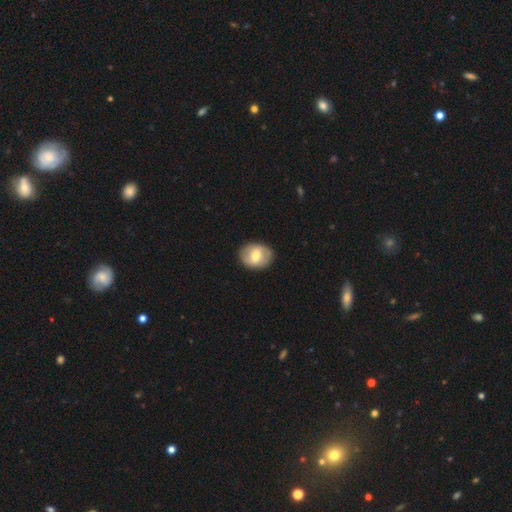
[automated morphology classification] Q: Smooth or featured?
A: smooth (54%); runner-up: featured or disk (40%)
Q: How rounded?
A: in between (59%); runner-up: round (40%)
Q: Merging?
A: none (86%); runner-up: minor disturbance (10%)